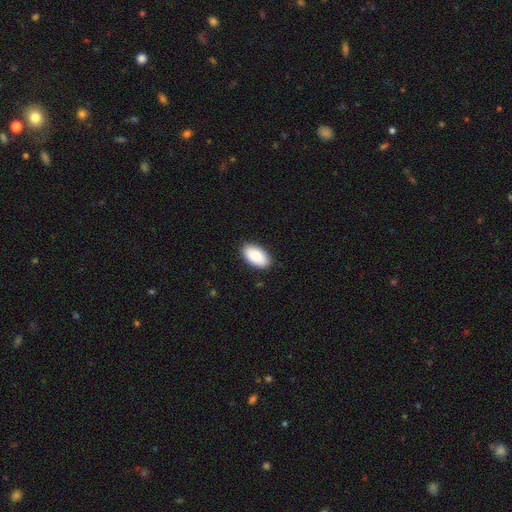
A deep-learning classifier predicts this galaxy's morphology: Smooth or featured?
  - smooth: 89% *
  - star or artifact: 6%
  - featured or disk: 5%
How rounded?
  - in between: 96% *
  - round: 3%
  - cigar-shaped: 2%
Merging?
  - none: 88% *
  - minor disturbance: 10%
  - major disturbance: 2%
  - merger: 1%